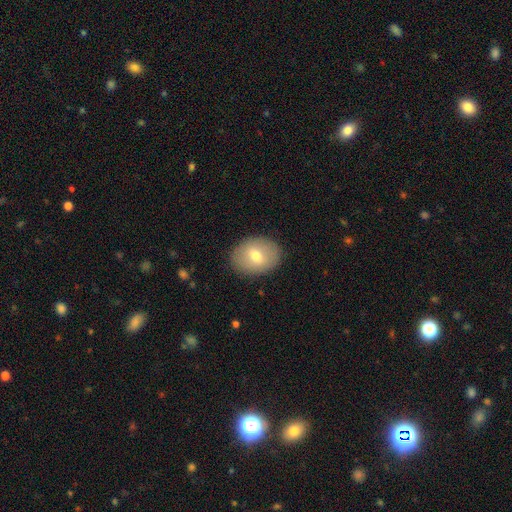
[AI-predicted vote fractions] smooth 70%, featured or disk 22%, star or artifact 8%. Down the decision tree: how rounded — in between (62%); merging — none (87%).